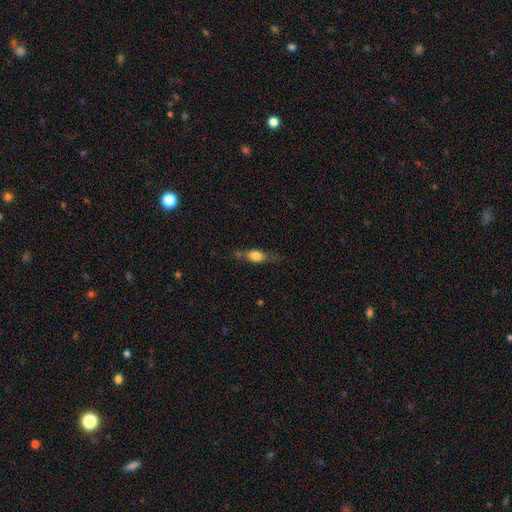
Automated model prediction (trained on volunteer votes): Smooth or featured?
  - smooth: 68% *
  - featured or disk: 23%
  - star or artifact: 9%
How rounded?
  - in between: 71% *
  - cigar-shaped: 19%
  - round: 10%
Merging?
  - none: 52% *
  - minor disturbance: 29%
  - major disturbance: 13%
  - merger: 7%